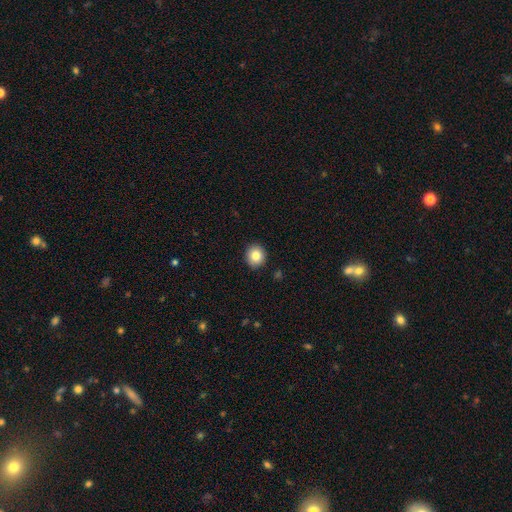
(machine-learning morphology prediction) smooth 83%, star or artifact 9%, featured or disk 7%. Down the decision tree: how rounded — round (85%); merging — none (91%).